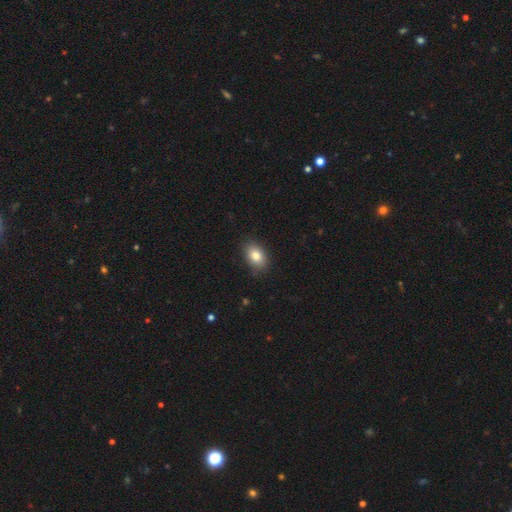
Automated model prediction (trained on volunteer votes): This appears to be a smooth galaxy with no disk features (82%) that is in between round and cigar-shaped (83%). Merging: none (85%).